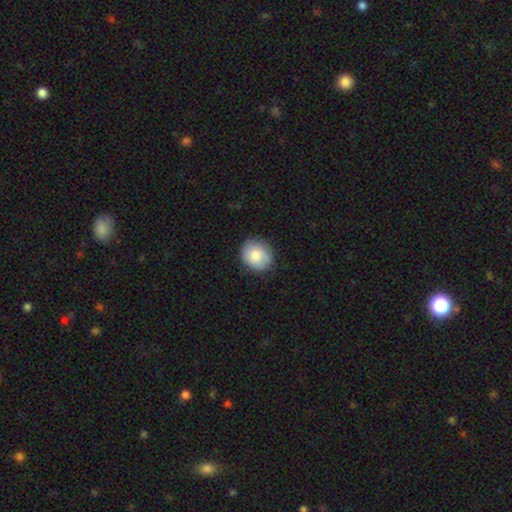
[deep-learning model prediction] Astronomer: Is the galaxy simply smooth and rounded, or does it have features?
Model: smooth — 83%.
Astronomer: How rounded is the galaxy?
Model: round — 78%.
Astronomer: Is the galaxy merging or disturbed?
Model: none — 84%.